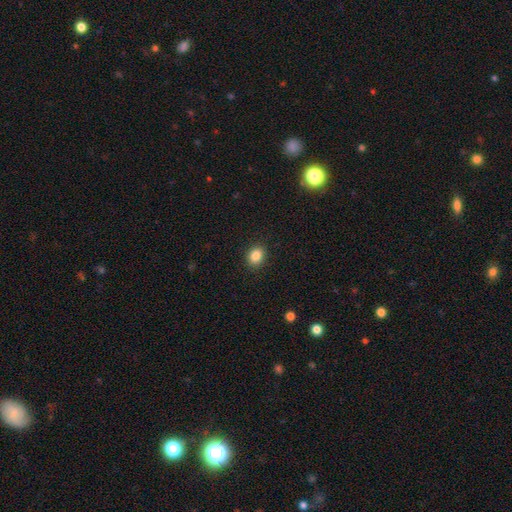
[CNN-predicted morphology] type=smooth (86%); roundness=in between (51%); merging=none (90%).